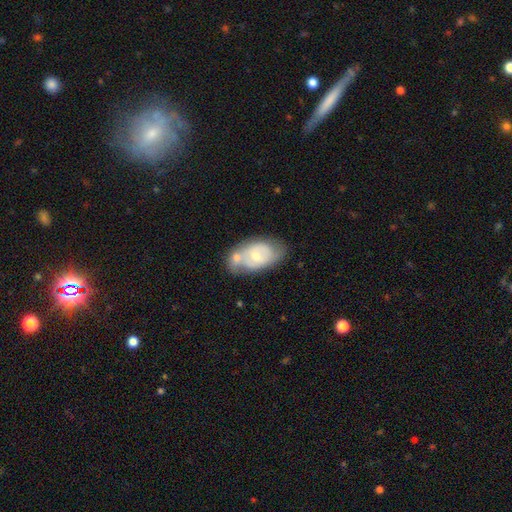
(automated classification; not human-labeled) Overall: featured or disk (55%; smooth 39%). Edge-on disk: no (95%). Bar: no (66%; weak 28%). Spiral arms: yes (58%; no 42%). Bulge size: small (48%; moderate 46%). Merging: none (40%; merger 32%).